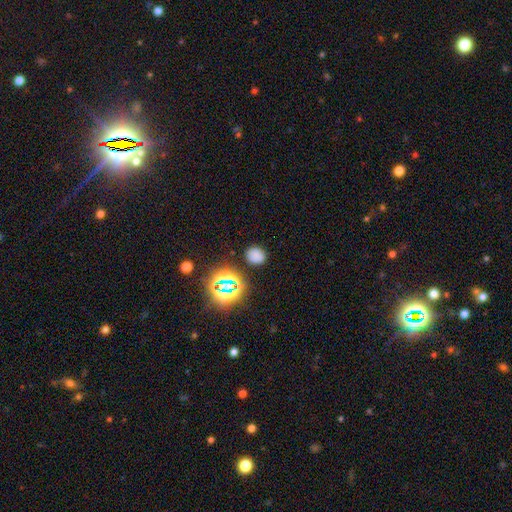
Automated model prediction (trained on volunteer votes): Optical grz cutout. It shows a smooth galaxy with no disk features (68%) that is round (64%). Merging: none (84%).